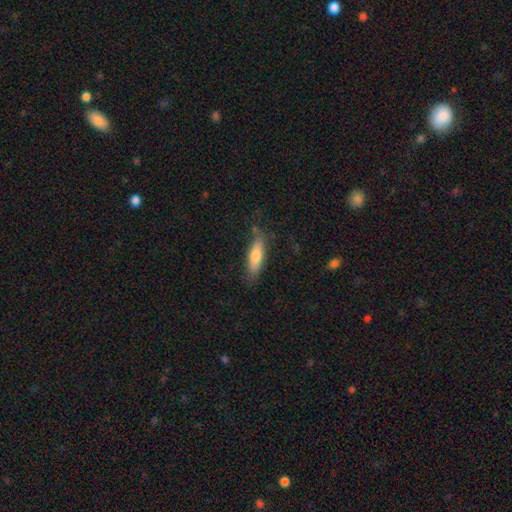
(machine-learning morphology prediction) Smooth or featured? Predicted: smooth (p=0.71). How rounded? Predicted: cigar-shaped (p=0.57). Merging? Predicted: none (p=0.74).